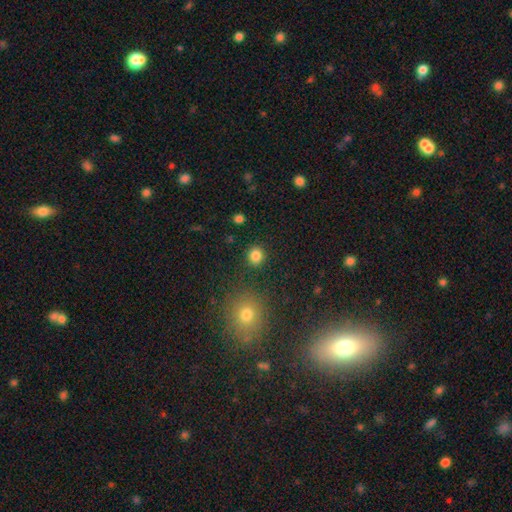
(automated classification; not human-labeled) Smooth or featured: smooth — 84% (star or artifact — 12%)
How rounded: round — 84% (in between — 15%)
Merging: none — 89% (minor disturbance — 7%)